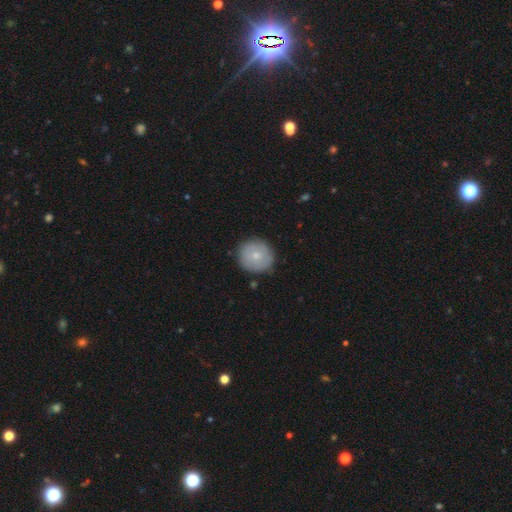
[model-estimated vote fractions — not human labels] A smooth galaxy with no disk features (66%) that is round (93%). Merging: none (84%).